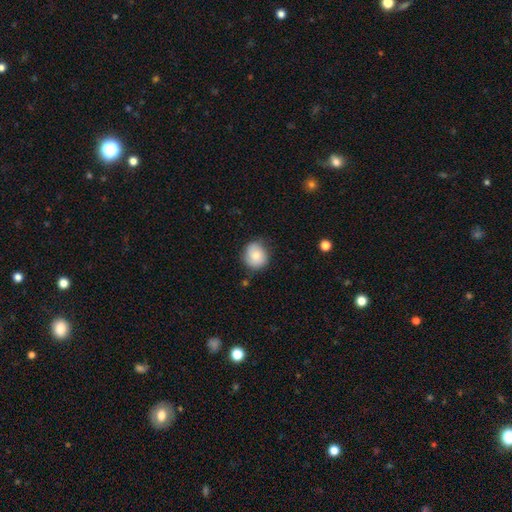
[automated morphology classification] Smooth or featured: smooth — 79% (featured or disk — 13%)
How rounded: round — 84% (in between — 15%)
Merging: none — 74% (minor disturbance — 20%)